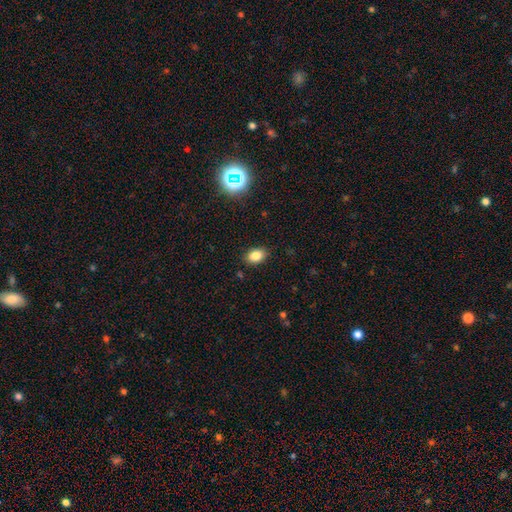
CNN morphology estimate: type=smooth (83%); roundness=in between (81%); merging=none (87%).